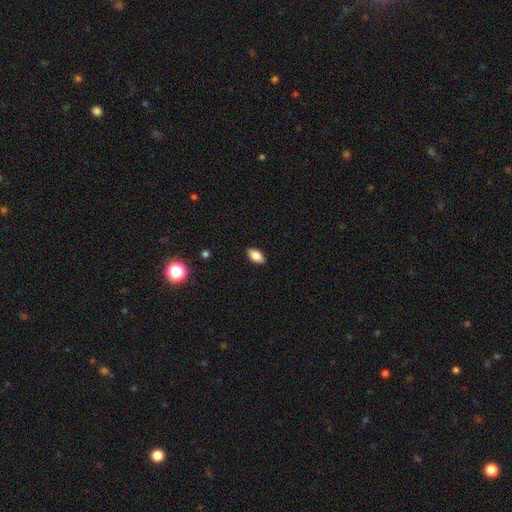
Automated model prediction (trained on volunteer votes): Smooth or featured? Predicted: smooth (p=0.81). How rounded? Predicted: in between (p=0.91). Merging? Predicted: none (p=0.89).